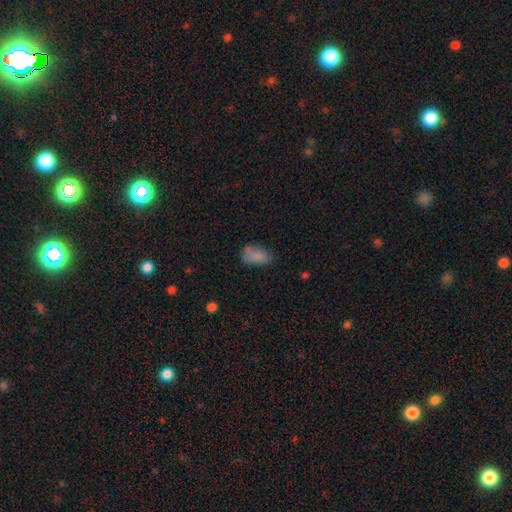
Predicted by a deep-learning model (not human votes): A smooth galaxy with no disk features (81%) that is in between round and cigar-shaped (91%). Merging: none (57%).